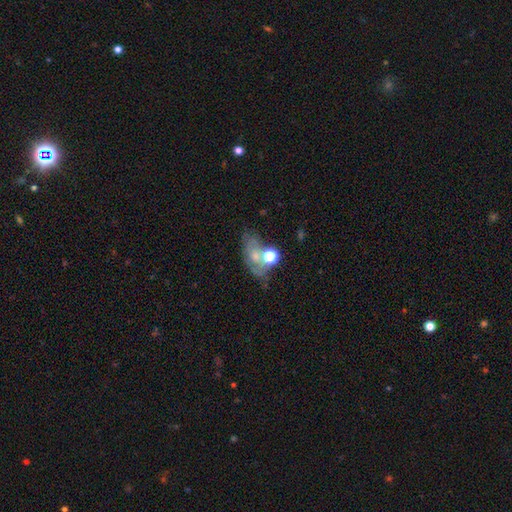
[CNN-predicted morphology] This appears to be a featured or disk galaxy (36%). Merging: none (47%).